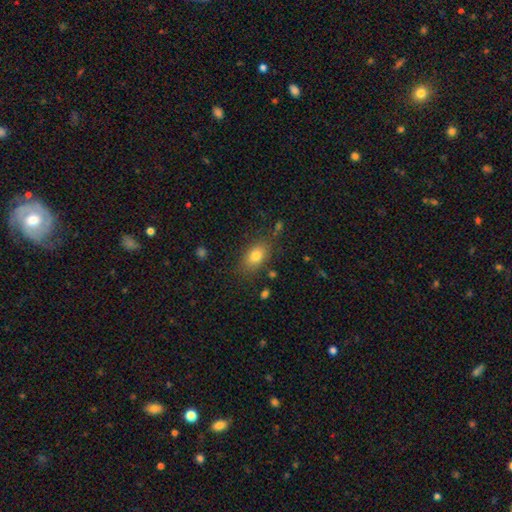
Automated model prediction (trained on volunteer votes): A smooth galaxy with no disk features (80%) that is in between round and cigar-shaped (84%). Merging: none (79%).